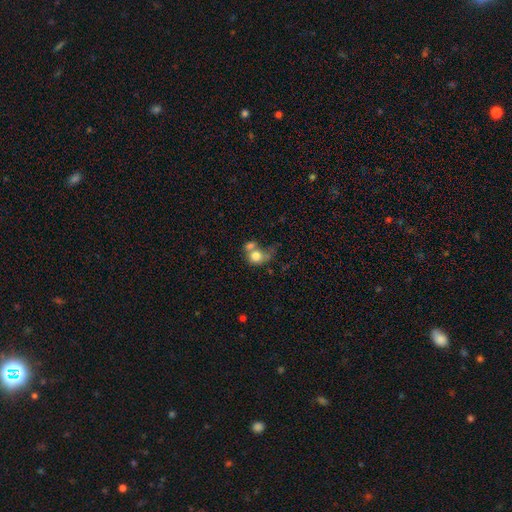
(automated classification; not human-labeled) Smooth or featured?
  - smooth: 74% *
  - featured or disk: 17%
  - star or artifact: 9%
How rounded?
  - round: 65% *
  - in between: 34%
  - cigar-shaped: 1%
Merging?
  - merger: 55% *
  - none: 22%
  - major disturbance: 12%
  - minor disturbance: 11%